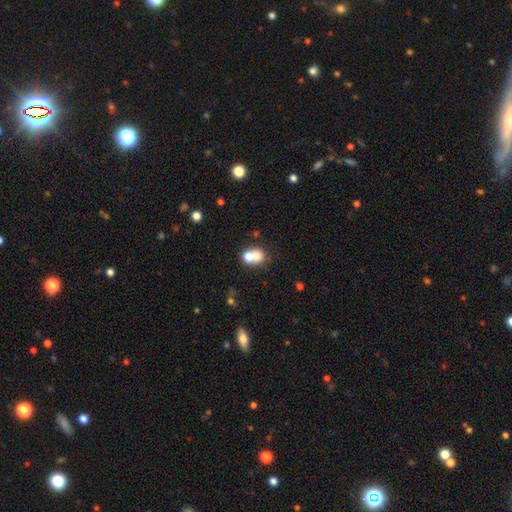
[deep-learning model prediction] smooth 70%, featured or disk 19%, star or artifact 11%. Down the decision tree: how rounded — round (72%); merging — merger (62%).